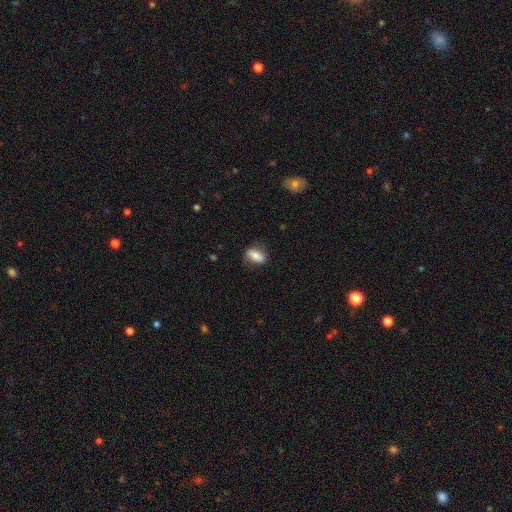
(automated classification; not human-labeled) Smooth or featured?
  - smooth: 77% *
  - featured or disk: 15%
  - star or artifact: 7%
How rounded?
  - in between: 85% *
  - round: 8%
  - cigar-shaped: 7%
Merging?
  - none: 73% *
  - minor disturbance: 20%
  - major disturbance: 6%
  - merger: 1%